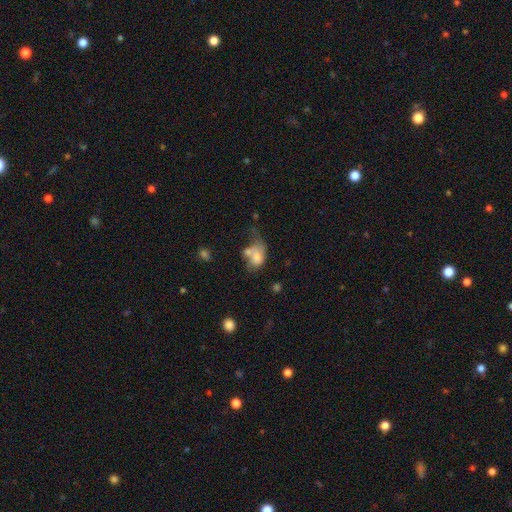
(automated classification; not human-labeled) This appears to be a smooth galaxy with no disk features (63%) that is in between round and cigar-shaped (78%). Merging: merger (39%).